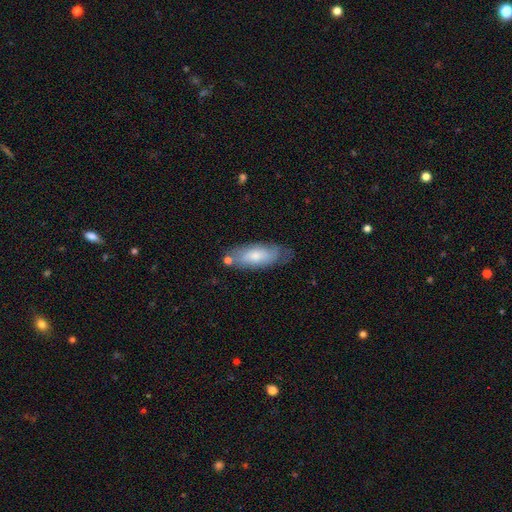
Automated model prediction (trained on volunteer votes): Q: Smooth or featured?
A: smooth (63%); runner-up: featured or disk (31%)
Q: How rounded?
A: in between (75%); runner-up: cigar-shaped (23%)
Q: Merging?
A: none (63%); runner-up: minor disturbance (24%)